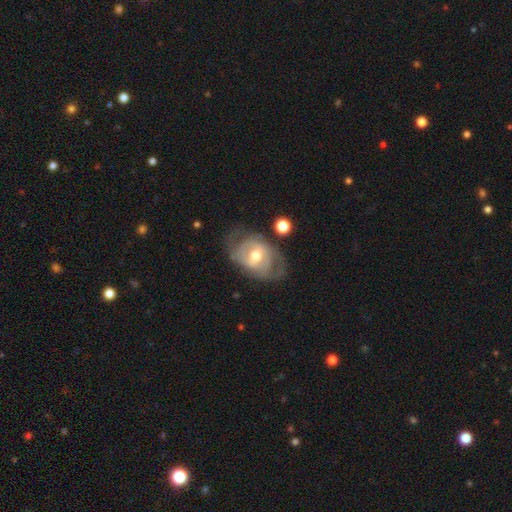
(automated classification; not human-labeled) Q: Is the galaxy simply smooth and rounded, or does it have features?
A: featured or disk — 68%.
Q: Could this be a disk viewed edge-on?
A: no — 94%.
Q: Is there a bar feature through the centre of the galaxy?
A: weak — 42%.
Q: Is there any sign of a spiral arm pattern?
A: yes — 61%.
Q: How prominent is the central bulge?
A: moderate — 74%.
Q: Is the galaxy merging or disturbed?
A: none — 55%.